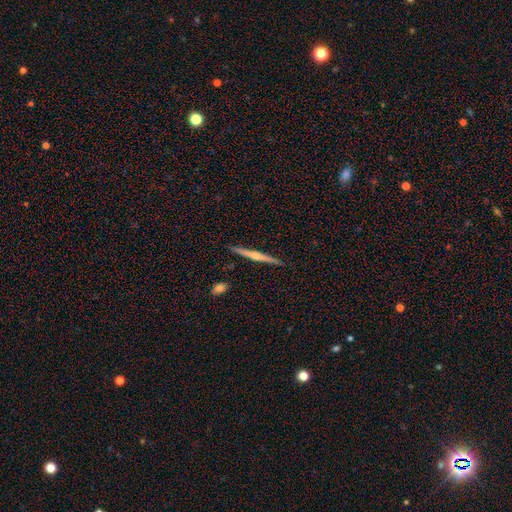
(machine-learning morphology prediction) smooth_or_featured: featured or disk (p=0.65) [alt: smooth p=0.29]
disk_edge_on: yes (p=0.98) [alt: no p=0.02]
edge_on_bulge: rounded (p=0.70) [alt: none p=0.23]
merging: none (p=0.90) [alt: minor disturbance p=0.07]